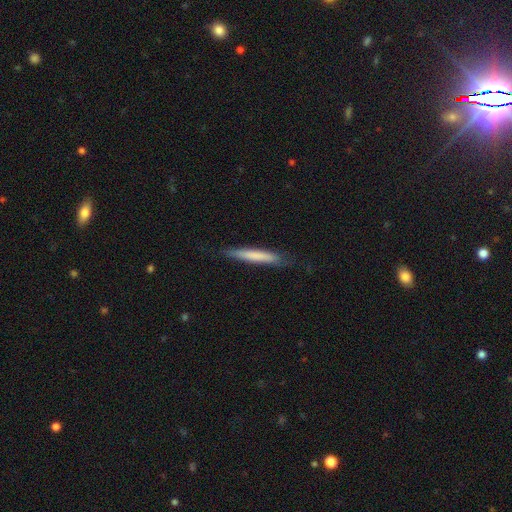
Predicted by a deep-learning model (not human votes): This is likely a smooth galaxy (70%). How rounded: clearly cigar-shaped (95%). Merging: clearly none (80%).